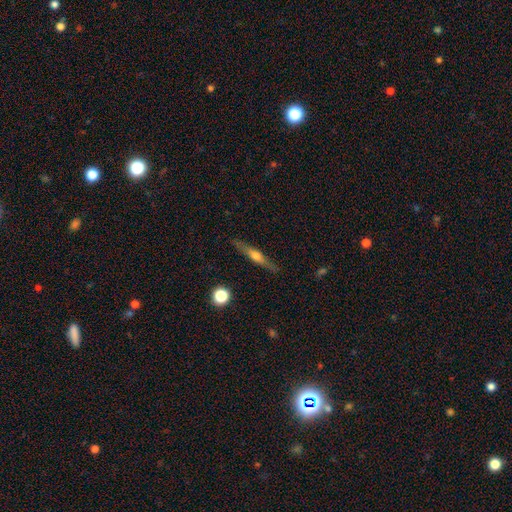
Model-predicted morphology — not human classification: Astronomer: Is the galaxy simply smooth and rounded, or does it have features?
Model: featured or disk — 59% (runner-up: smooth, 35%).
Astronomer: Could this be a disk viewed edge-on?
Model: yes — 93%.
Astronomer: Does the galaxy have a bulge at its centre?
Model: rounded — 84%.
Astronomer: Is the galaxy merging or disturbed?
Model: none — 87%.